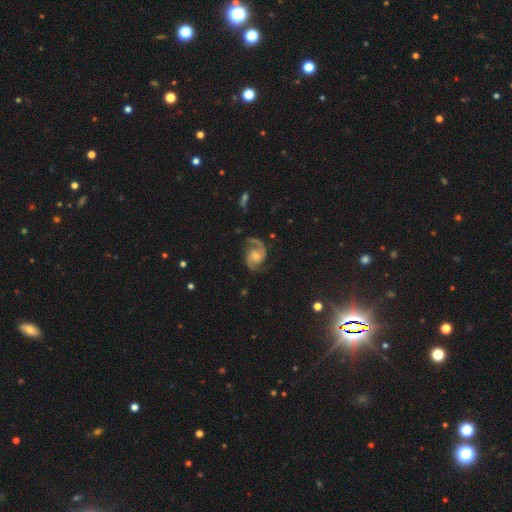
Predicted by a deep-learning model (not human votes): Overall: featured or disk (88%). Edge-on disk: no (98%). Bar: no (57%; weak 37%). Spiral arms: yes (97%). Spiral arm count: 2 (86%). Spiral winding: medium (54%; loose 27%). Bulge size: moderate (47%; small 38%). Merging: none (70%).